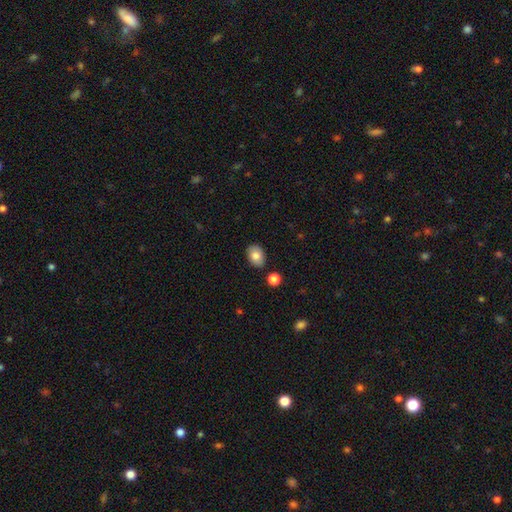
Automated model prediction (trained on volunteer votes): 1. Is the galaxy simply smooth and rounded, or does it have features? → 82% smooth, 10% featured or disk, 8% star or artifact.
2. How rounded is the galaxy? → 78% in between, 21% round, 1% cigar-shaped.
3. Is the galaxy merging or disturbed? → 84% none, 10% minor disturbance, 3% merger, 2% major disturbance.